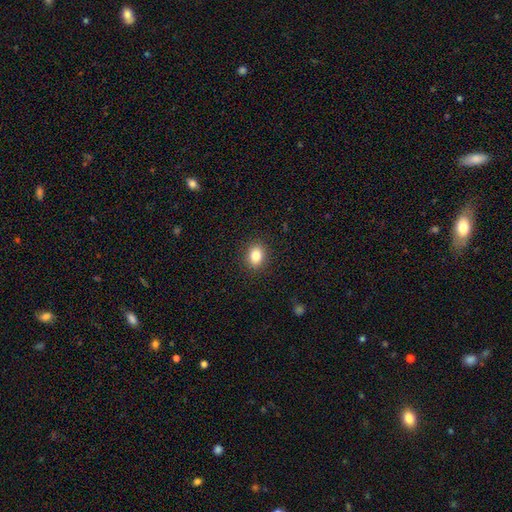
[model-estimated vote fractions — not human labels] Smooth or featured: smooth — 83% (star or artifact — 10%)
How rounded: round — 51% (in between — 48%)
Merging: none — 90% (minor disturbance — 7%)